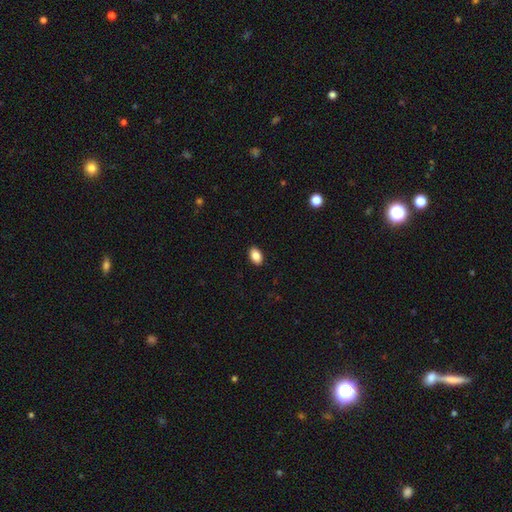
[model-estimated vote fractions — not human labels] Overall: smooth (87%). How rounded: in between (89%). Merging: none (90%).